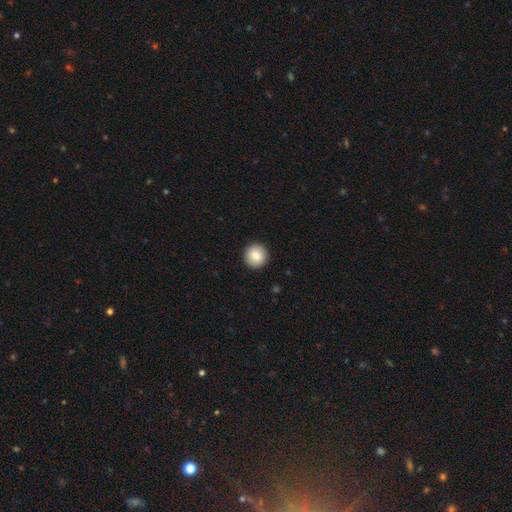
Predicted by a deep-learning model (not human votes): This is clearly a smooth galaxy (85%). How rounded: clearly round (95%). Merging: clearly none (93%).